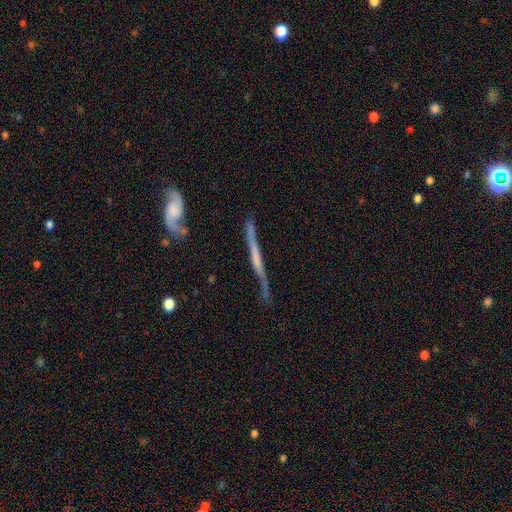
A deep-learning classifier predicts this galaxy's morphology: Q: Smooth or featured?
A: featured or disk (74%); runner-up: smooth (19%)
Q: Edge-on disk?
A: yes (81%); runner-up: no (19%)
Q: Edge-on bulge?
A: none (61%); runner-up: rounded (20%)
Q: Merging?
A: none (62%); runner-up: minor disturbance (23%)